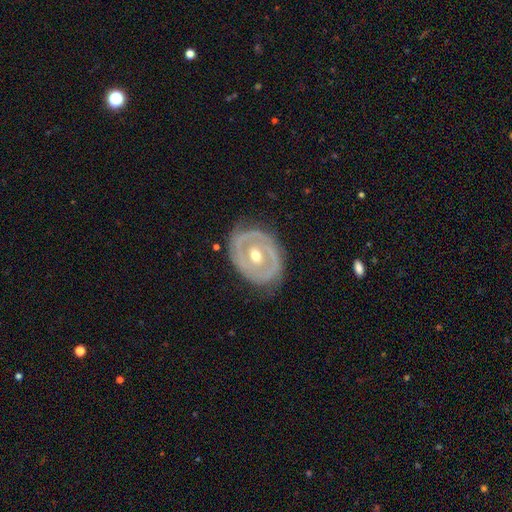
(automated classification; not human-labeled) Smooth or featured: featured or disk — 79% (smooth — 16%)
Edge-on disk: no — 95% (yes — 5%)
Bar: no — 58% (weak — 30%)
Spiral arms: yes — 58% (no — 42%)
Bulge size: moderate — 71% (small — 24%)
Merging: none — 76% (minor disturbance — 17%)